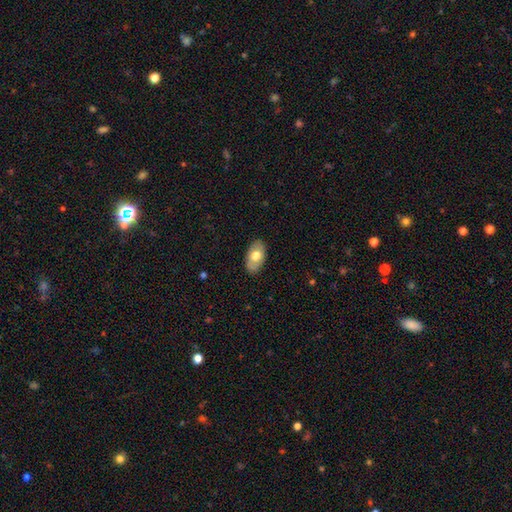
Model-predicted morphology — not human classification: A smooth galaxy with no disk features (65%) that is in between round and cigar-shaped (94%).

Vote fractions:
- Smooth or featured? smooth: 65% / featured or disk: 30% / star or artifact: 6%
- How rounded? in between: 94% / round: 5% / cigar-shaped: 2%
- Merging? none: 85% / minor disturbance: 11% / major disturbance: 2% / merger: 1%